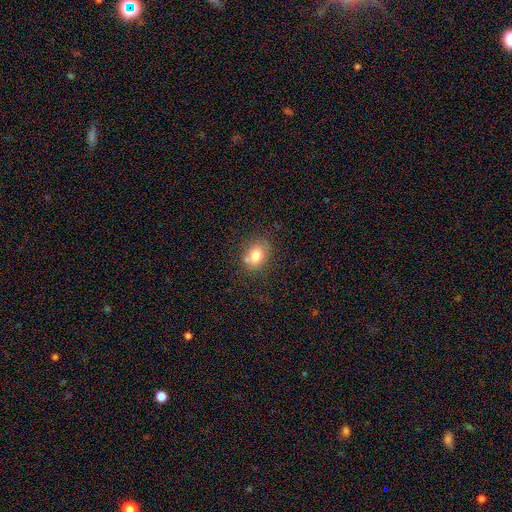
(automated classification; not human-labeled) Smooth or featured? smooth (75%)
How rounded? in between (61%)
Merging? none (66%)